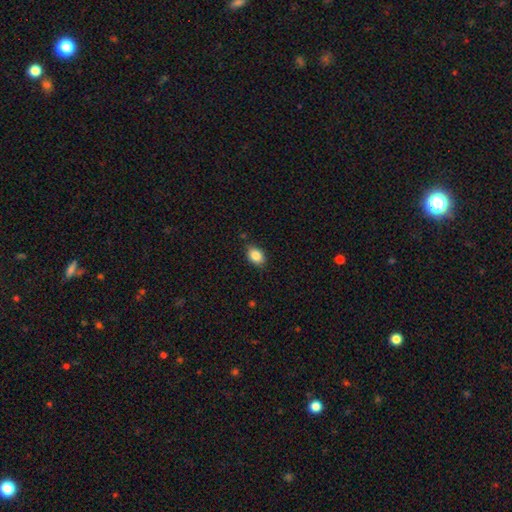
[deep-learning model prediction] This appears to be a smooth galaxy with no disk features (86%) that is in between round and cigar-shaped (78%). Merging: none (82%).